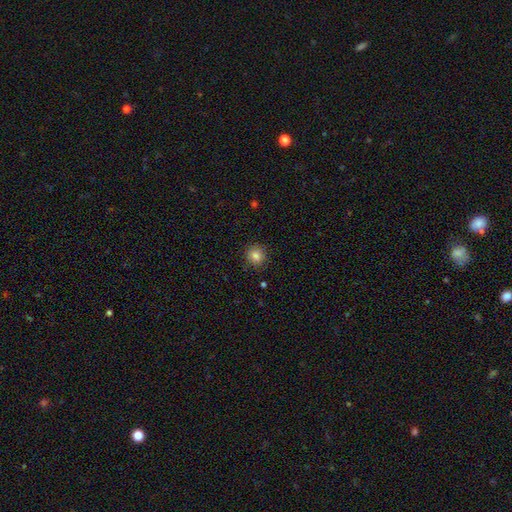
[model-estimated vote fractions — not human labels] Smooth or featured?
  - smooth: 82% *
  - star or artifact: 12%
  - featured or disk: 6%
How rounded?
  - round: 89% *
  - in between: 10%
  - cigar-shaped: 1%
Merging?
  - none: 87% *
  - minor disturbance: 10%
  - major disturbance: 2%
  - merger: 1%